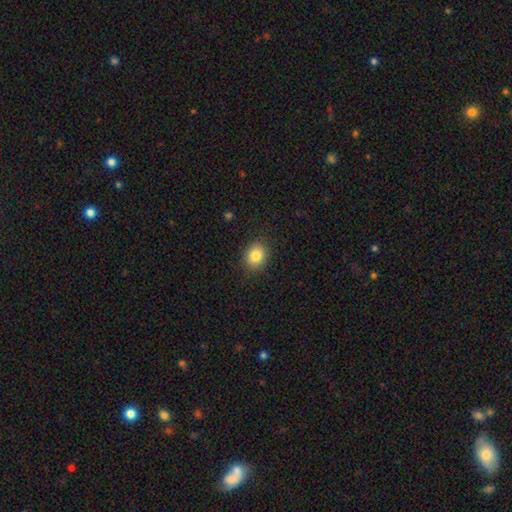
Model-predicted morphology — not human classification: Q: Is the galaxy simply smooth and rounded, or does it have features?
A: smooth — 83%.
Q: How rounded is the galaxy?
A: round — 64%.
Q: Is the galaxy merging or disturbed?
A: none — 89%.